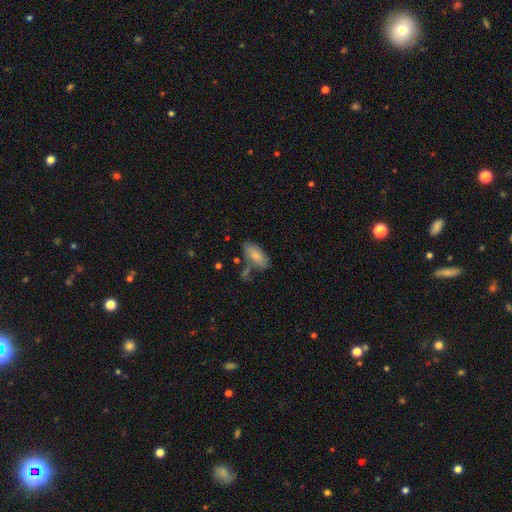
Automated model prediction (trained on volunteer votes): A smooth galaxy with no disk features (79%) that is in between round and cigar-shaped (87%).

Vote fractions:
- Smooth or featured? smooth: 79% / featured or disk: 14% / star or artifact: 6%
- How rounded? in between: 87% / cigar-shaped: 11% / round: 2%
- Merging? none: 63% / minor disturbance: 19% / merger: 12% / major disturbance: 6%